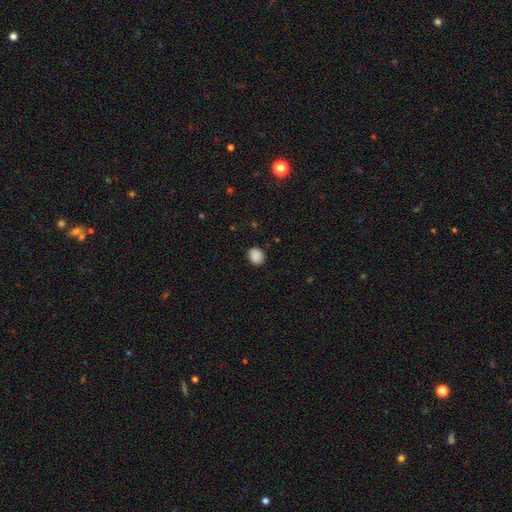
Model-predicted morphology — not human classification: Smooth or featured?
  - smooth: 88% *
  - star or artifact: 8%
  - featured or disk: 4%
How rounded?
  - round: 69% *
  - in between: 30%
  - cigar-shaped: 1%
Merging?
  - none: 84% *
  - minor disturbance: 13%
  - major disturbance: 3%
  - merger: 1%